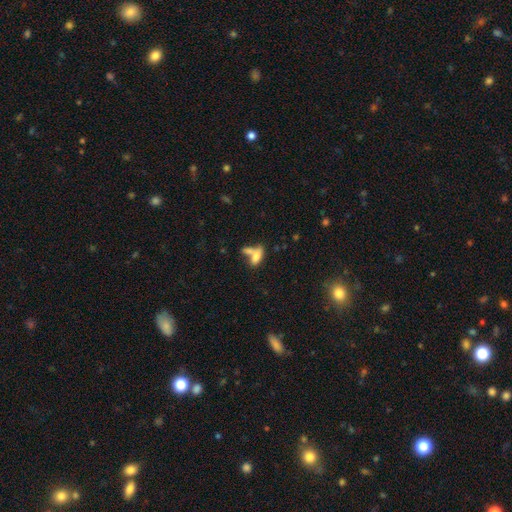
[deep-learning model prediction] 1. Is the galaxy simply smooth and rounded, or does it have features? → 71% smooth, 20% featured or disk, 9% star or artifact.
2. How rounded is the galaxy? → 76% in between, 19% cigar-shaped, 5% round.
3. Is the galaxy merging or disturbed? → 49% merger, 32% none, 11% minor disturbance, 7% major disturbance.